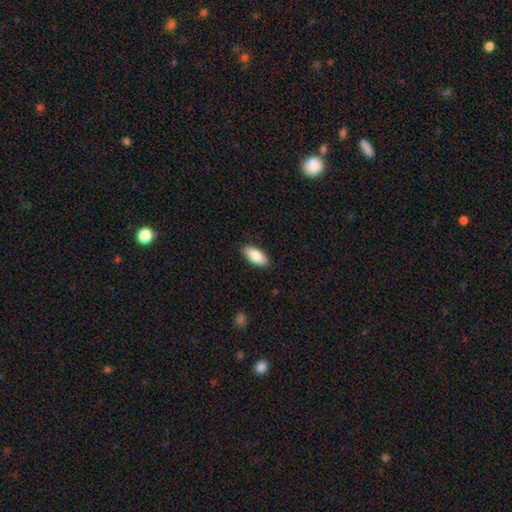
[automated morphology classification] Smooth or featured: smooth — 84% (featured or disk — 10%)
How rounded: in between — 88% (cigar-shaped — 10%)
Merging: none — 89% (minor disturbance — 8%)